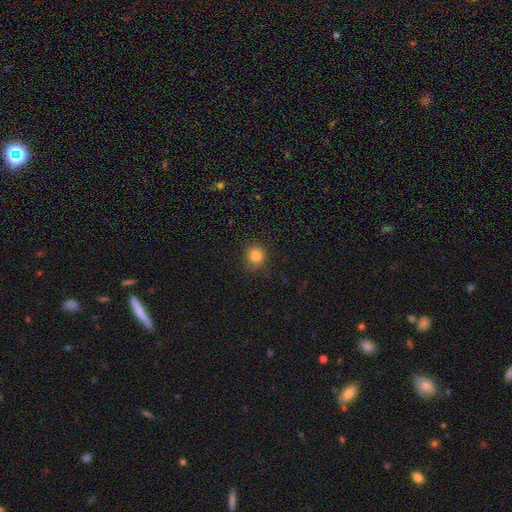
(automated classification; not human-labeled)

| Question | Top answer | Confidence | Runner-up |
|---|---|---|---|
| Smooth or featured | smooth | 84% | star or artifact (11%) |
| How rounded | round | 87% | in between (12%) |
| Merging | none | 79% | minor disturbance (16%) |